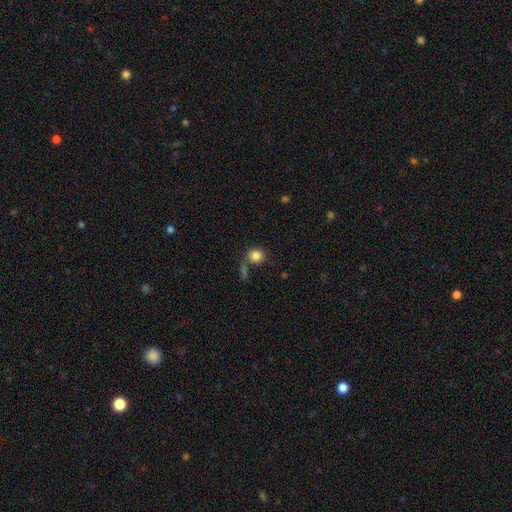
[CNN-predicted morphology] Smooth or featured?
  - smooth: 84% *
  - star or artifact: 10%
  - featured or disk: 6%
How rounded?
  - round: 84% *
  - in between: 15%
  - cigar-shaped: 1%
Merging?
  - none: 71% *
  - merger: 13%
  - minor disturbance: 11%
  - major disturbance: 5%